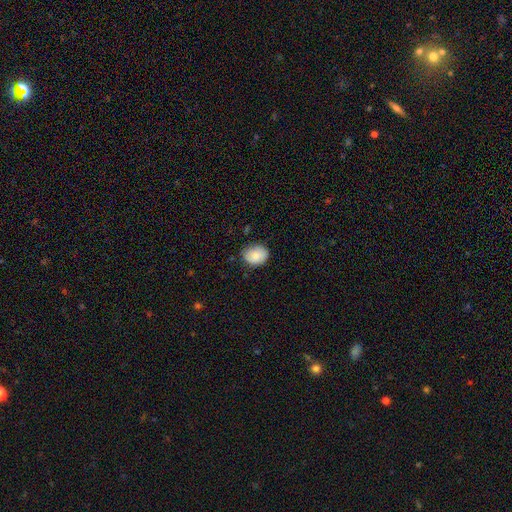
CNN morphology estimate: Q: Smooth or featured?
A: smooth (84%); runner-up: featured or disk (9%)
Q: How rounded?
A: in between (56%); runner-up: round (43%)
Q: Merging?
A: none (75%); runner-up: minor disturbance (21%)